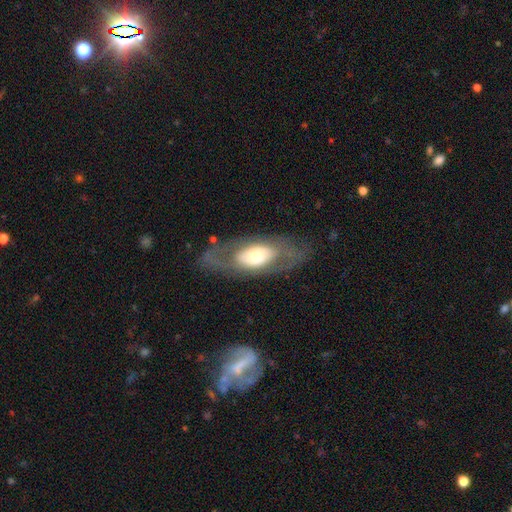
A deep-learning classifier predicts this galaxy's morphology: Smooth or featured?
  - featured or disk: 55% *
  - smooth: 39%
  - star or artifact: 6%
Edge-on disk?
  - no: 82% *
  - yes: 18%
Merging?
  - none: 70% *
  - minor disturbance: 15%
  - major disturbance: 14%
  - merger: 2%